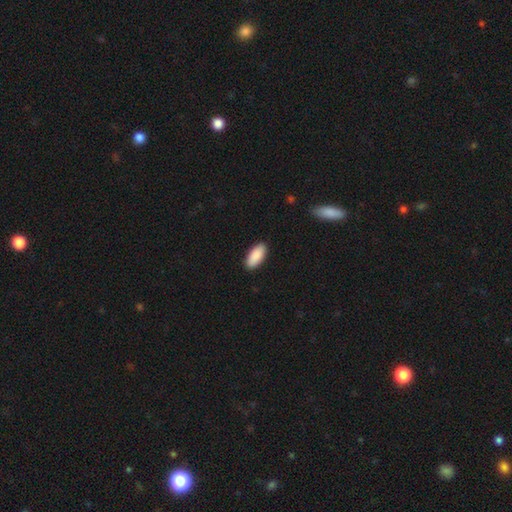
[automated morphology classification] Smooth or featured? Predicted: smooth (p=0.91). How rounded? Predicted: in between (p=0.91). Merging? Predicted: none (p=0.90).